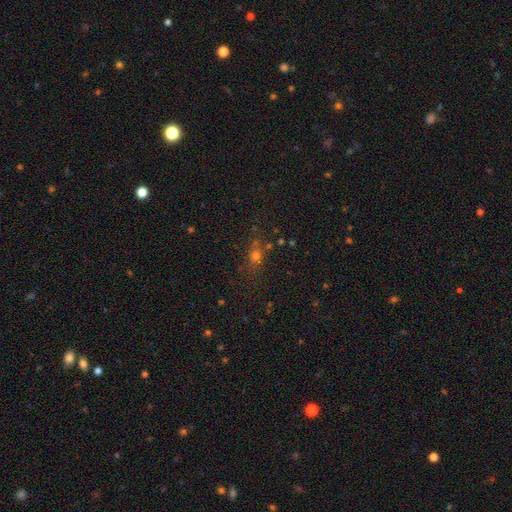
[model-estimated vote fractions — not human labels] smooth-or-featured: smooth: 57% | star or artifact: 29% | featured or disk: 14%
  how-rounded: round: 54% | in between: 37% | cigar-shaped: 9%
  merging: none: 69% | minor disturbance: 16% | merger: 8% | major disturbance: 7%